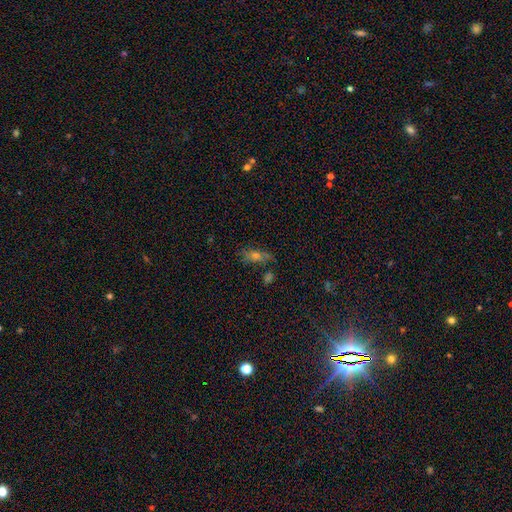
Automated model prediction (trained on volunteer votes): Smooth or featured: smooth — 43% (featured or disk — 29%)
Merging: none — 65% (minor disturbance — 19%)